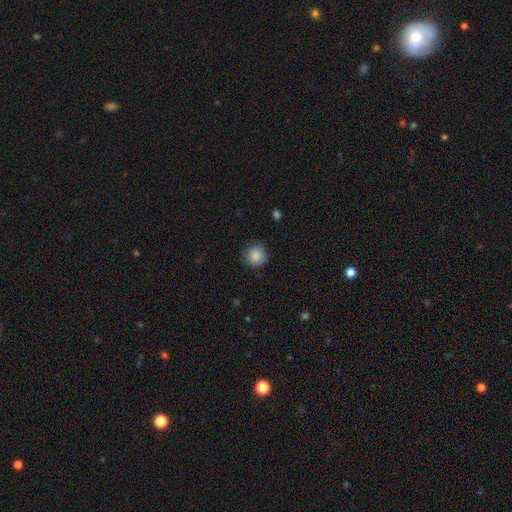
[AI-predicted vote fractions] Smooth or featured: smooth — 86% (star or artifact — 8%)
How rounded: round — 92% (in between — 7%)
Merging: none — 82% (minor disturbance — 15%)